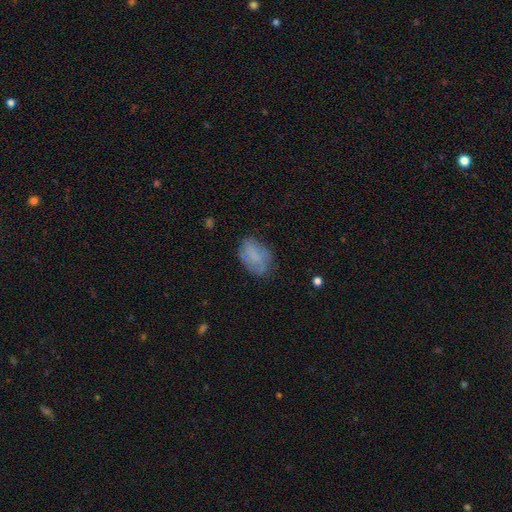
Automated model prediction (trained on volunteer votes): smooth_or_featured: smooth (p=0.69) [alt: featured or disk p=0.22]
how_rounded: in between (p=0.86) [alt: round p=0.12]
merging: none (p=0.64) [alt: minor disturbance p=0.25]